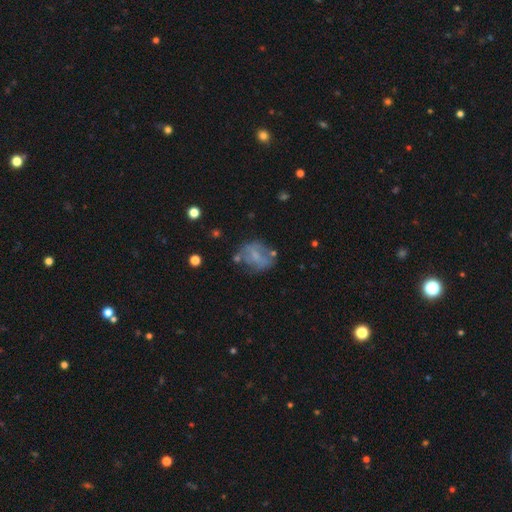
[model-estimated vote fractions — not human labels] Smooth or featured: featured or disk — 50% (smooth — 40%)
Merging: none — 52% (minor disturbance — 24%)